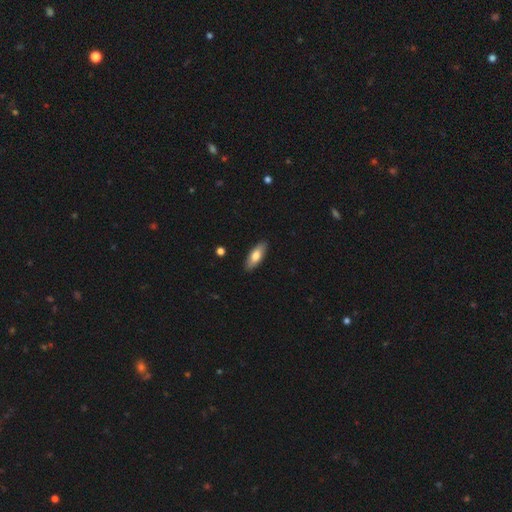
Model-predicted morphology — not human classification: A smooth galaxy with no disk features (74%) that is in between round and cigar-shaped (74%). Merging: none (89%).